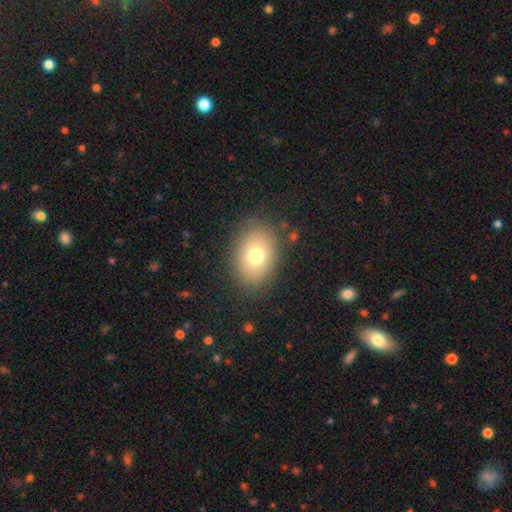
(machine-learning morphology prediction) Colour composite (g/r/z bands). It shows a smooth galaxy with no disk features (73%) that is in between round and cigar-shaped (67%). Merging: none (84%).